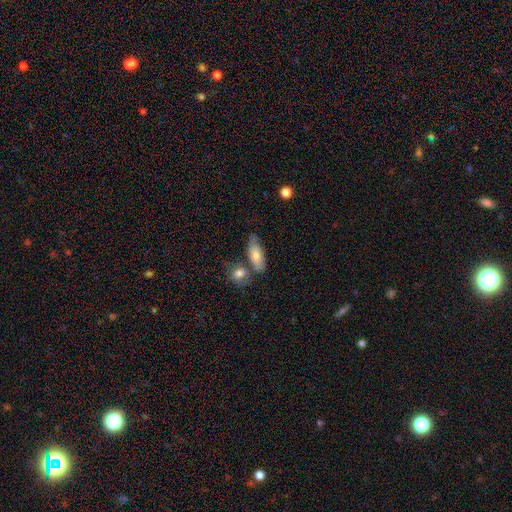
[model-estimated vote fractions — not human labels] Overall: smooth (71%). How rounded: in between (76%). Merging: none (51%; merger 27%).